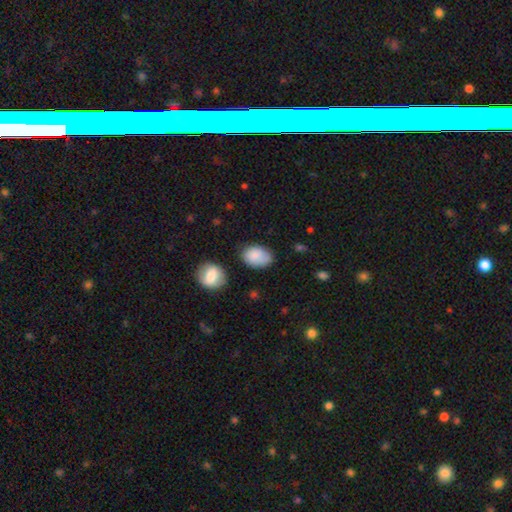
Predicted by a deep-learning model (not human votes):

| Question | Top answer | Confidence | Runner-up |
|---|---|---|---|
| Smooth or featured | smooth | 85% | featured or disk (8%) |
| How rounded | in between | 86% | round (13%) |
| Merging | none | 68% | minor disturbance (23%) |